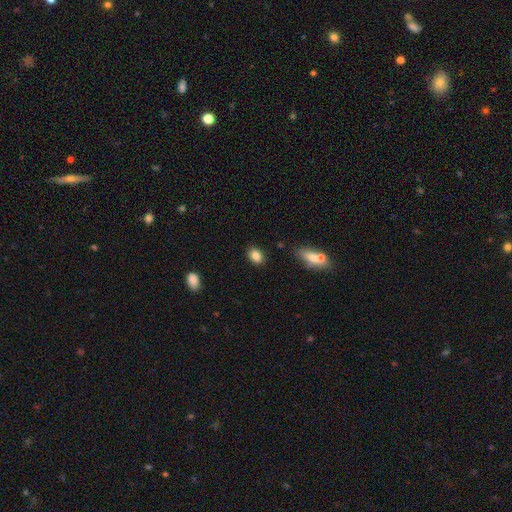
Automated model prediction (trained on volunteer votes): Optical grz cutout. It shows a smooth galaxy with no disk features (84%) that is in between round and cigar-shaped (65%). Merging: none (87%).